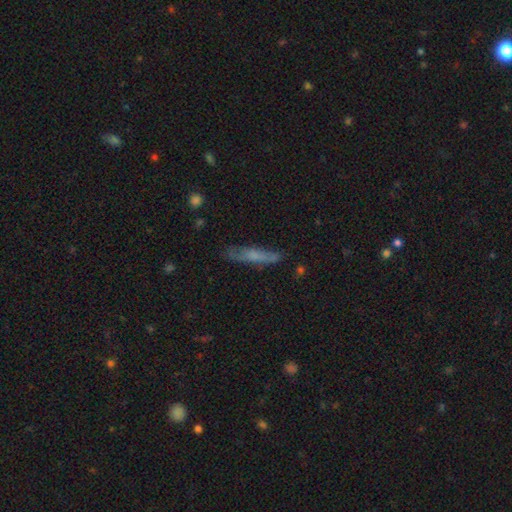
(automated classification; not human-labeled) A smooth galaxy with no disk features (53%) that is cigar-shaped (87%). Merging: none (75%).